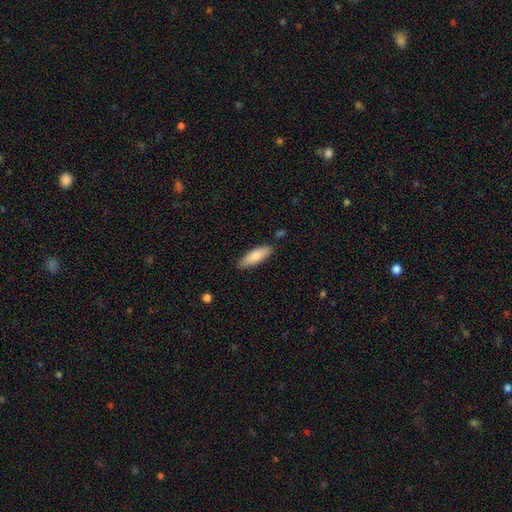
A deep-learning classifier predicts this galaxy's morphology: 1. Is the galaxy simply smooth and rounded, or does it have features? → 82% smooth, 13% featured or disk, 5% star or artifact.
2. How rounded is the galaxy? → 53% in between, 46% cigar-shaped, 2% round.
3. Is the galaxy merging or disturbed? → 85% none, 11% minor disturbance, 2% merger, 2% major disturbance.